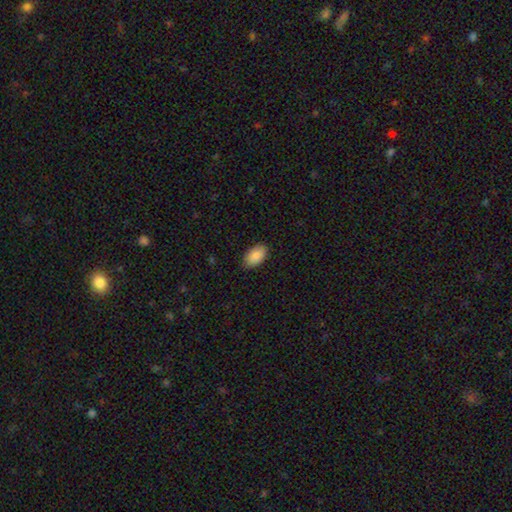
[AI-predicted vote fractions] Morphology: type=smooth (89%); roundness=in between (94%); merging=none (87%).